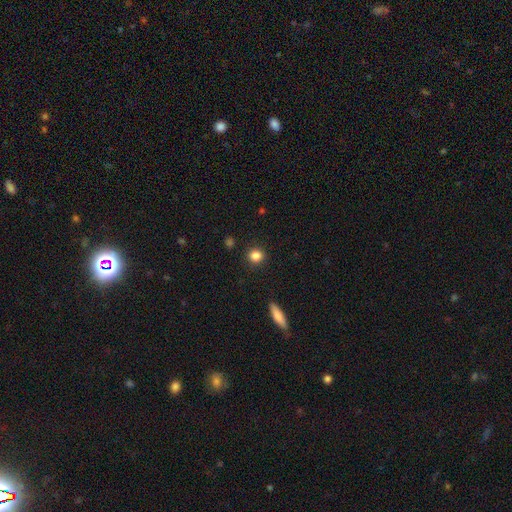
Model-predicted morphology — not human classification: Smooth or featured: smooth — 85% (star or artifact — 10%)
How rounded: round — 87% (in between — 11%)
Merging: none — 91% (minor disturbance — 6%)